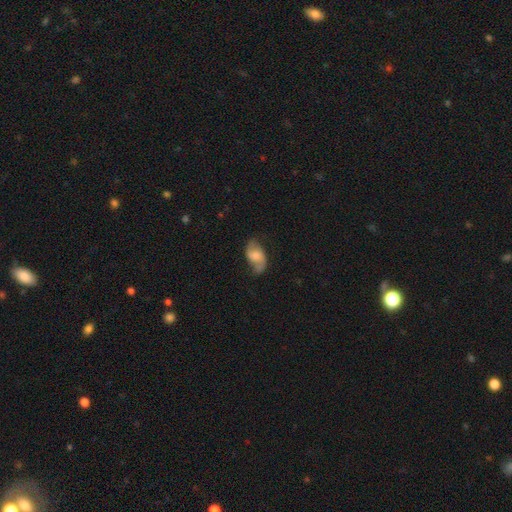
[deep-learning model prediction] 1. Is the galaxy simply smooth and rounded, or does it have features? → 57% featured or disk, 35% smooth, 8% star or artifact.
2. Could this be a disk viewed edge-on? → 95% no, 5% yes.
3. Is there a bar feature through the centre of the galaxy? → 53% no, 38% weak, 9% strong.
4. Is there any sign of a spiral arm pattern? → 88% yes, 12% no.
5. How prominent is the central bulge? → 39% moderate, 28% small, 15% none, 15% large, 2% dominant.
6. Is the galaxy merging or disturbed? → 61% none, 25% minor disturbance, 11% major disturbance, 2% merger.